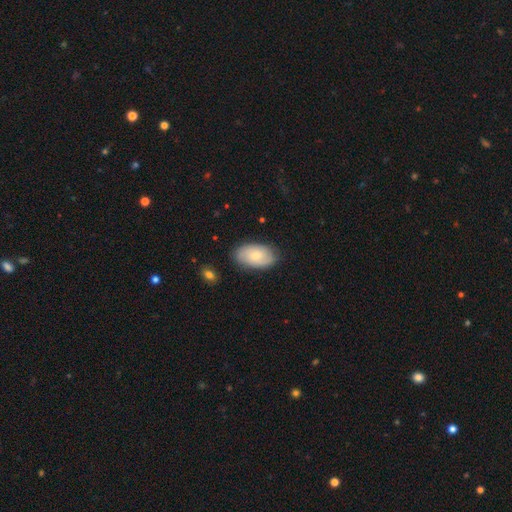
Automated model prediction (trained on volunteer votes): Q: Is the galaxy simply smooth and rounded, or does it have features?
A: smooth — 61%.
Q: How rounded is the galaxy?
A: in between — 93%.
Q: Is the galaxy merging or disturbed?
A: none — 81%.